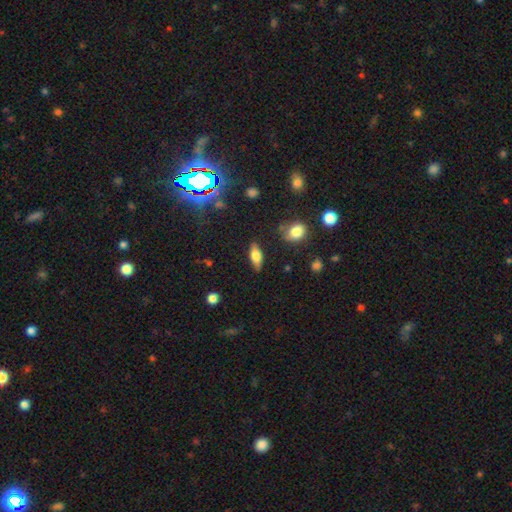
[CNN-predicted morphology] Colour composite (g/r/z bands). It shows a smooth galaxy with no disk features (64%) that is in between round and cigar-shaped (70%). Merging: none (83%).